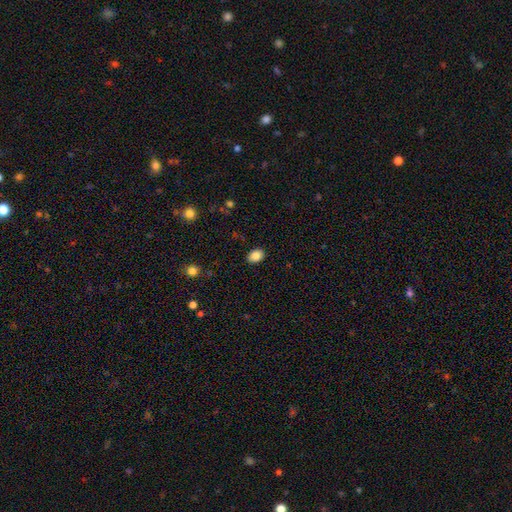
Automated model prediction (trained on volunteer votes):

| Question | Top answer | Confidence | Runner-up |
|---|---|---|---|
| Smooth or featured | smooth | 86% | star or artifact (9%) |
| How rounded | in between | 75% | round (24%) |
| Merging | none | 88% | minor disturbance (9%) |